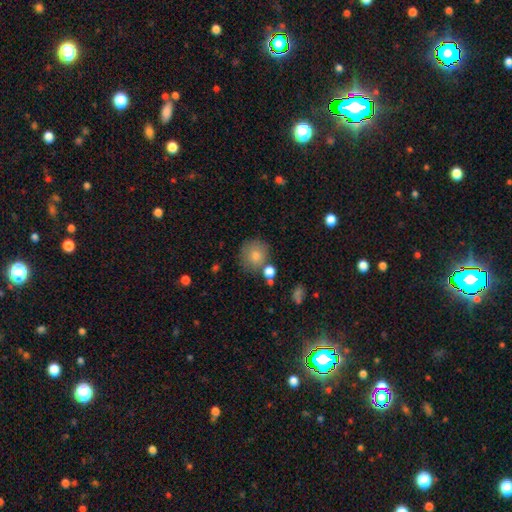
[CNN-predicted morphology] Smooth or featured?
  - smooth: 82% *
  - featured or disk: 9%
  - star or artifact: 9%
How rounded?
  - round: 87% *
  - in between: 12%
  - cigar-shaped: 1%
Merging?
  - none: 68% *
  - minor disturbance: 15%
  - merger: 12%
  - major disturbance: 5%